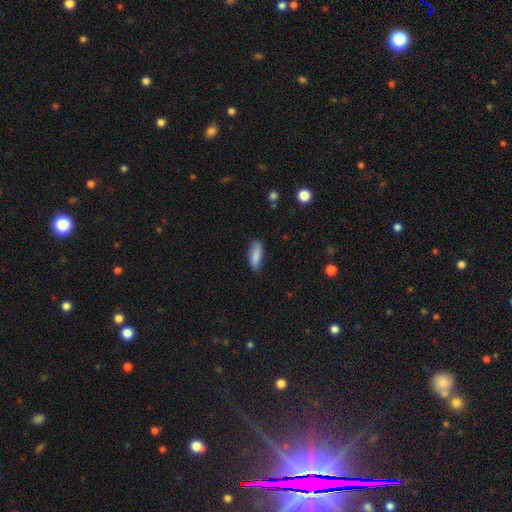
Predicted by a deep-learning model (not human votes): A smooth galaxy with no disk features (85%) that is in between round and cigar-shaped (59%).

Vote fractions:
- Smooth or featured? smooth: 85% / featured or disk: 9% / star or artifact: 6%
- How rounded? in between: 59% / cigar-shaped: 39% / round: 2%
- Merging? none: 78% / minor disturbance: 18% / major disturbance: 3% / merger: 1%